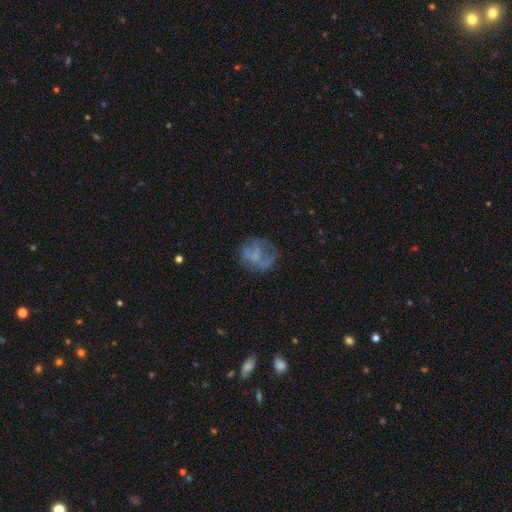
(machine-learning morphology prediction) featured or disk 49%, smooth 37%, star or artifact 14%. Down the decision tree: merging — none (55%).